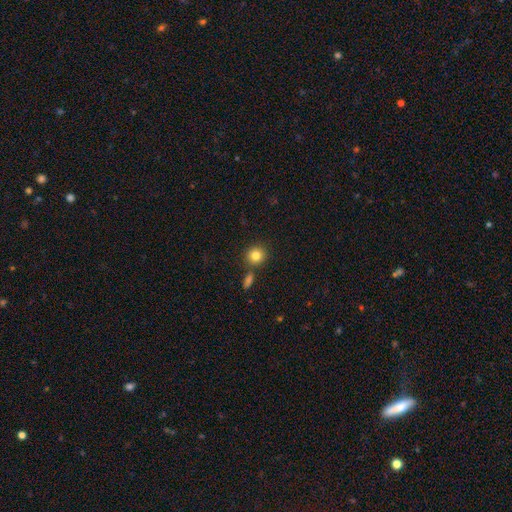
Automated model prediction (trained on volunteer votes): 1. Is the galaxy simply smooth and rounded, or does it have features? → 83% smooth, 10% star or artifact, 7% featured or disk.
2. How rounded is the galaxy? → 87% round, 12% in between, 1% cigar-shaped.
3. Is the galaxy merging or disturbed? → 79% none, 10% merger, 8% minor disturbance, 3% major disturbance.